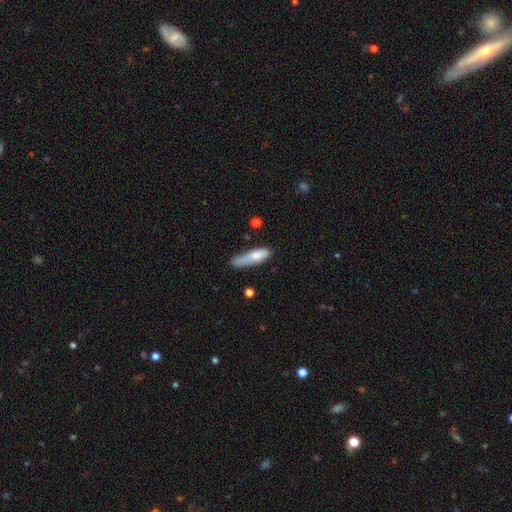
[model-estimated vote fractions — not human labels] A smooth galaxy with no disk features (74%) that is cigar-shaped (67%).

Vote fractions:
- Smooth or featured? smooth: 74% / featured or disk: 19% / star or artifact: 7%
- How rounded? cigar-shaped: 67% / in between: 31% / round: 2%
- Merging? none: 40% / minor disturbance: 34% / major disturbance: 16% / merger: 10%